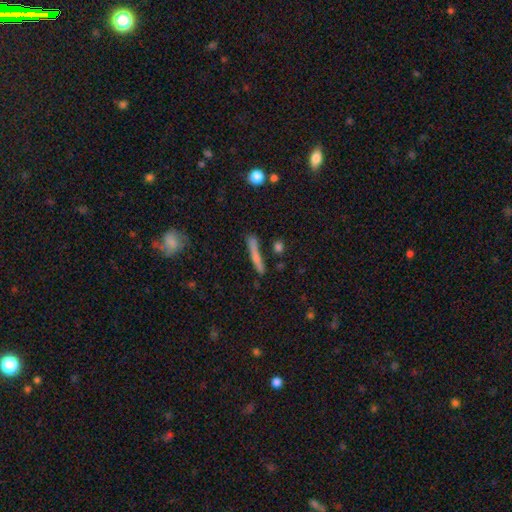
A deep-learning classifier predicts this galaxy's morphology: This is likely a smooth galaxy (63%). How rounded: clearly cigar-shaped (93%). Merging: likely none (76%).